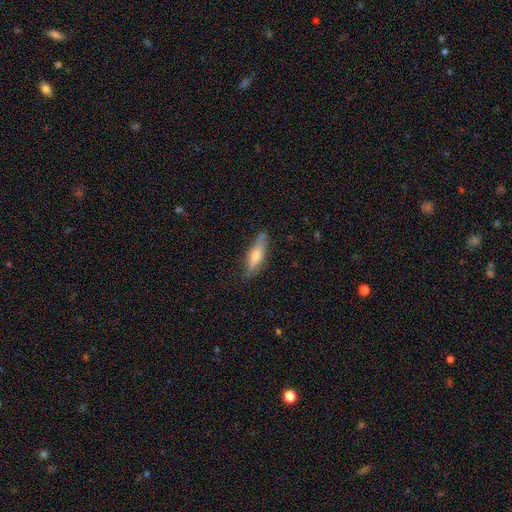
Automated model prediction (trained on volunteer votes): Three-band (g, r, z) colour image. It shows a smooth galaxy with no disk features (59%) that is cigar-shaped (64%). Merging: none (82%).